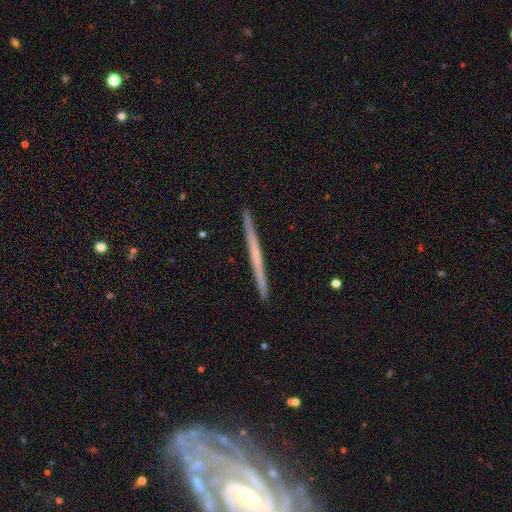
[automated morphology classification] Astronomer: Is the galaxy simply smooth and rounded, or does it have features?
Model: featured or disk — 61%.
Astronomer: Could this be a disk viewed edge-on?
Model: yes — 98%.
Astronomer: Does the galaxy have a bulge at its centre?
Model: none — 83%.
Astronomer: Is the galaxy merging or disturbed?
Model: none — 93%.